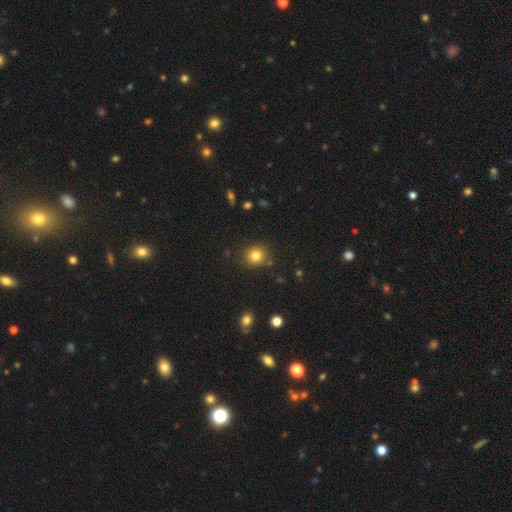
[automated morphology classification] Smooth or featured: smooth — 81% (star or artifact — 12%)
How rounded: round — 86% (in between — 13%)
Merging: none — 86% (minor disturbance — 9%)